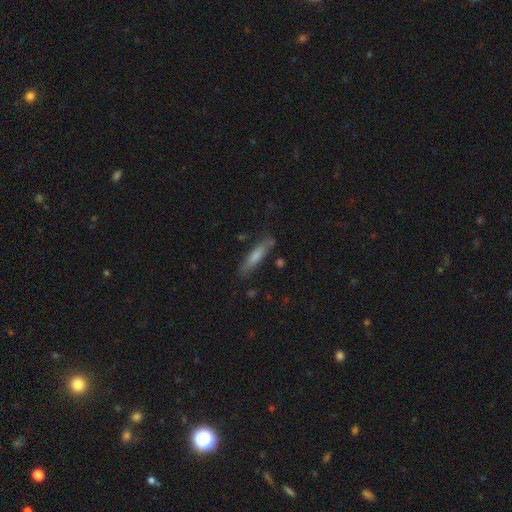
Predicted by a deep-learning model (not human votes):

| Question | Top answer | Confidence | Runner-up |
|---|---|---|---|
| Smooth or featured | smooth | 55% | featured or disk (36%) |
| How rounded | cigar-shaped | 84% | in between (14%) |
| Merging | none | 79% | minor disturbance (15%) |